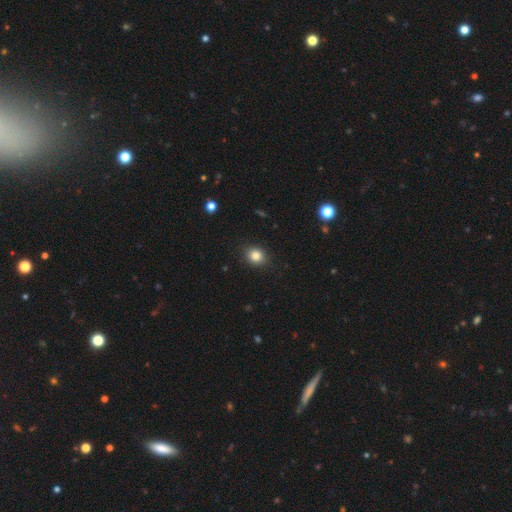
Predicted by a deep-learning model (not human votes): smooth 82%, star or artifact 11%, featured or disk 6%. Down the decision tree: how rounded — round (68%); merging — none (88%).